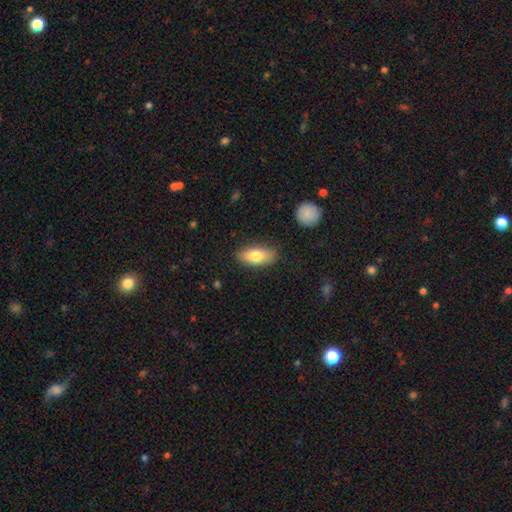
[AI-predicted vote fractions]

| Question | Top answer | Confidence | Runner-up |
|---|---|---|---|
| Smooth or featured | smooth | 74% | featured or disk (19%) |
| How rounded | in between | 83% | cigar-shaped (14%) |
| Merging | none | 85% | minor disturbance (11%) |